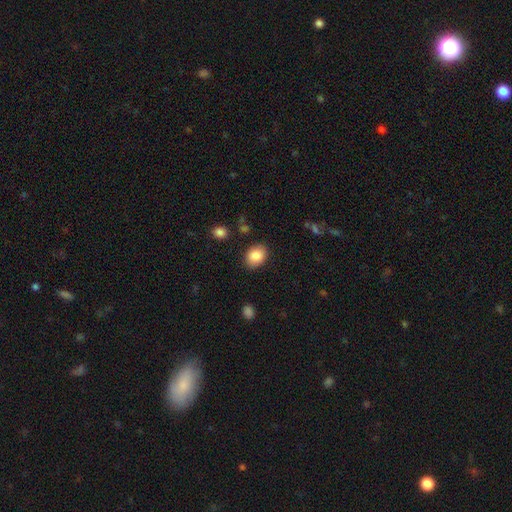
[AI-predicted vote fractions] Smooth or featured?
  - smooth: 87% *
  - star or artifact: 8%
  - featured or disk: 6%
How rounded?
  - in between: 68% *
  - round: 31%
  - cigar-shaped: 1%
Merging?
  - none: 85% *
  - minor disturbance: 10%
  - major disturbance: 3%
  - merger: 2%